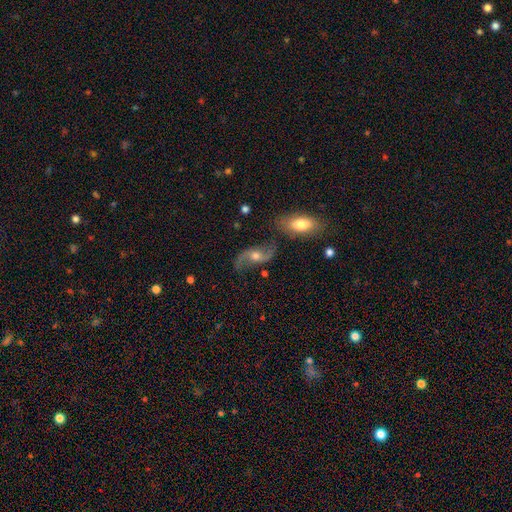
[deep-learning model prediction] Overall: featured or disk (83%). Edge-on disk: no (95%). Bar: no (59%; weak 32%). Spiral arms: yes (95%). Spiral arm count: 2 (93%). Spiral winding: loose (81%). Bulge size: moderate (62%; small 24%). Merging: none (71%).